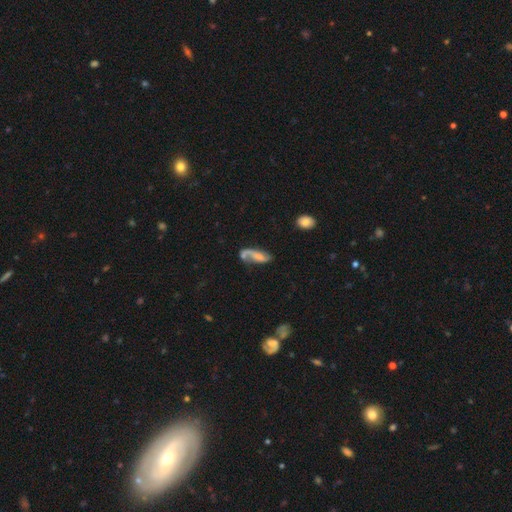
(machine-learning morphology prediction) Smooth or featured?
  - featured or disk: 57% *
  - smooth: 35%
  - star or artifact: 8%
Edge-on disk?
  - no: 90% *
  - yes: 10%
Bar?
  - no: 56% *
  - weak: 32%
  - strong: 13%
Spiral arms?
  - yes: 80% *
  - no: 20%
Bulge size?
  - none: 34% *
  - small: 33%
  - moderate: 24%
  - large: 7%
  - dominant: 2%
Merging?
  - none: 40% *
  - major disturbance: 23%
  - minor disturbance: 21%
  - merger: 16%